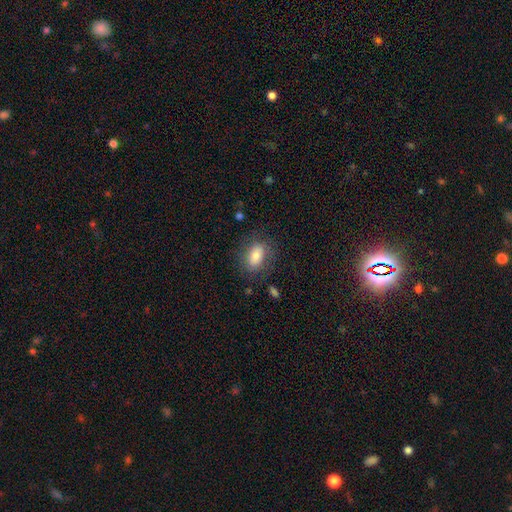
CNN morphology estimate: Smooth or featured: smooth — 79% (featured or disk — 13%)
How rounded: in between — 86% (round — 10%)
Merging: none — 77% (minor disturbance — 14%)